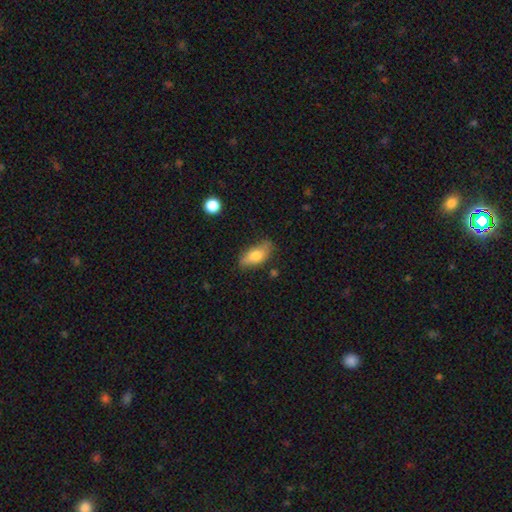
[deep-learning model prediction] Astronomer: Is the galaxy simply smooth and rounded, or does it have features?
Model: smooth — 72%.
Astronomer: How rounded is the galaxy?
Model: in between — 83%.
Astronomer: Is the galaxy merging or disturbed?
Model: none — 72%.